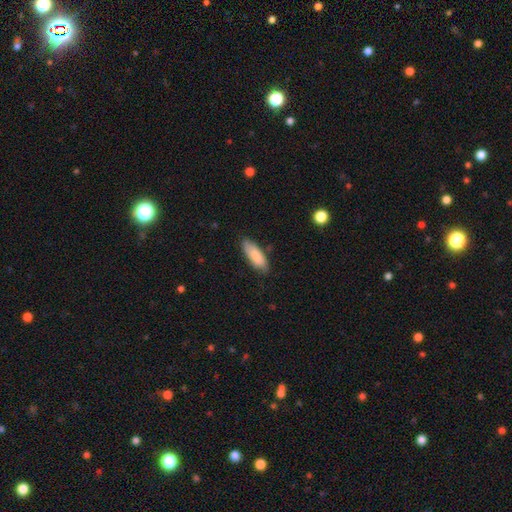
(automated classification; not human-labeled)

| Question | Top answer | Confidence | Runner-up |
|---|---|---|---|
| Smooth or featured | smooth | 85% | featured or disk (9%) |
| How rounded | in between | 68% | cigar-shaped (31%) |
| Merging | none | 79% | minor disturbance (17%) |